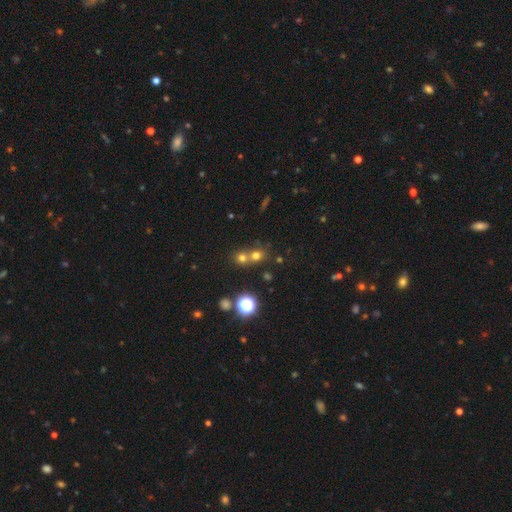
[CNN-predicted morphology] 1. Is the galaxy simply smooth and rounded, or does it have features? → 63% smooth, 26% star or artifact, 10% featured or disk.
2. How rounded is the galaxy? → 80% round, 18% in between, 1% cigar-shaped.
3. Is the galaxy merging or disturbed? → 46% none, 45% merger, 6% minor disturbance, 3% major disturbance.